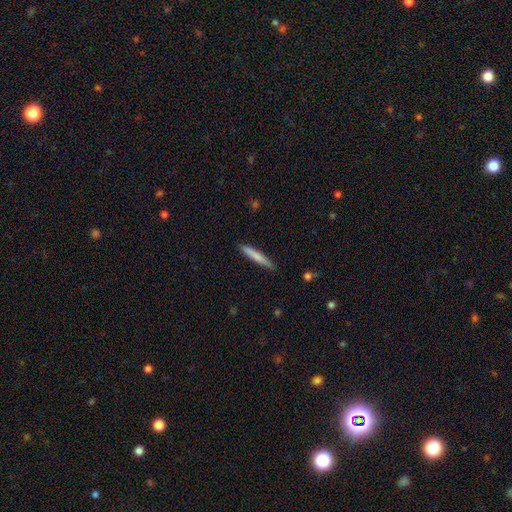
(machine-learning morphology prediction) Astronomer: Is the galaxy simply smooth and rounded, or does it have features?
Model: smooth — 71%.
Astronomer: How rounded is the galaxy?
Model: cigar-shaped — 94%.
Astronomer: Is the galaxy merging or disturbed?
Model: none — 88%.